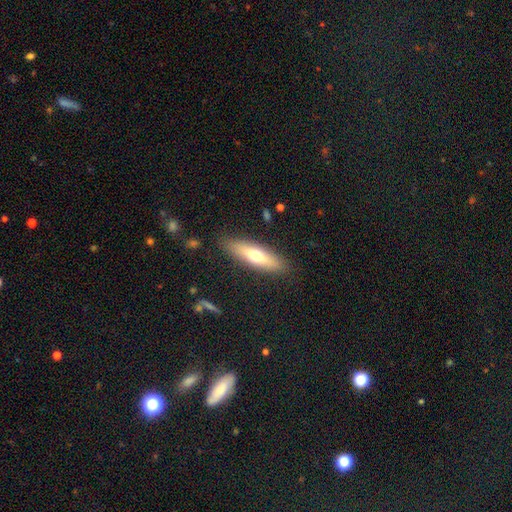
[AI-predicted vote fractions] This is possibly a smooth galaxy (58%). How rounded: likely cigar-shaped (61%). Merging: clearly none (87%).